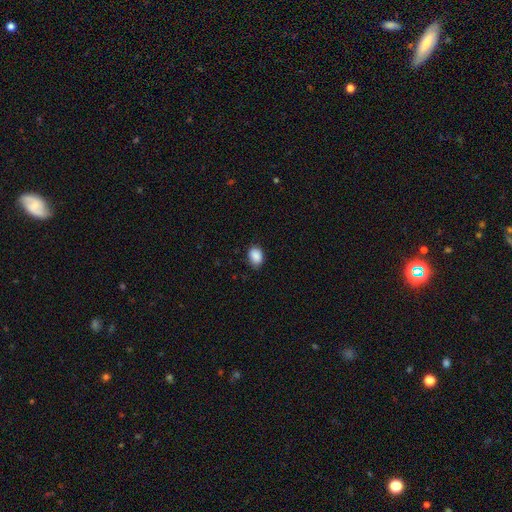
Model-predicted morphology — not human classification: type=smooth (89%); roundness=in between (75%); merging=none (82%).